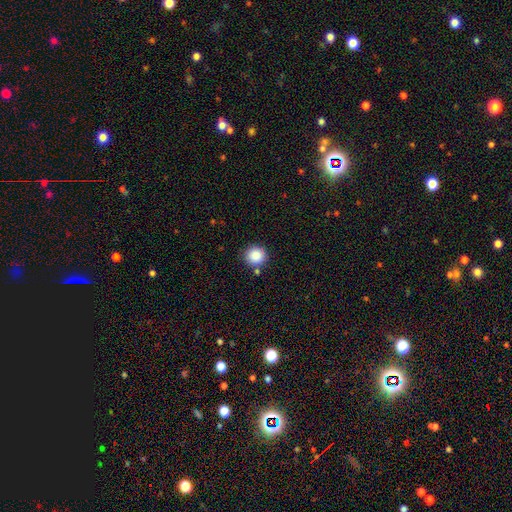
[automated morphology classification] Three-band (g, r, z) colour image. It shows a smooth galaxy with no disk features (87%) that is round (91%). Merging: none (83%).